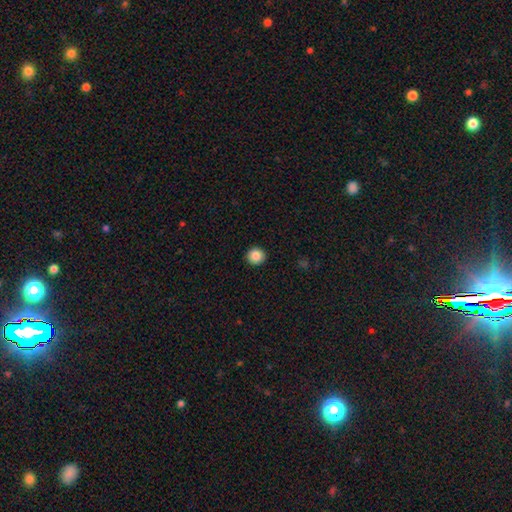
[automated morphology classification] smooth_or_featured: smooth (p=0.86) [alt: star or artifact p=0.09]
how_rounded: round (p=0.93) [alt: in between p=0.06]
merging: none (p=0.93) [alt: minor disturbance p=0.05]